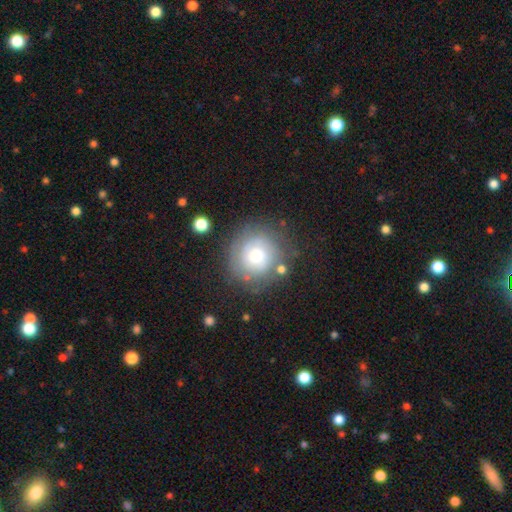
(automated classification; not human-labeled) Smooth or featured: smooth — 48% (featured or disk — 42%)
Merging: none — 74% (minor disturbance — 15%)